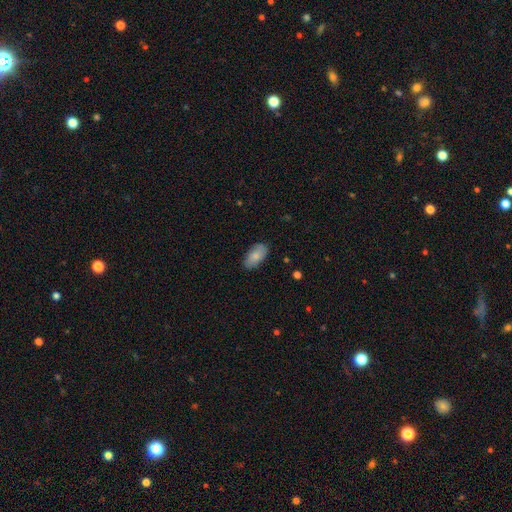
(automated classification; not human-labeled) Smooth or featured? smooth (80%)
How rounded? in between (93%)
Merging? none (81%)